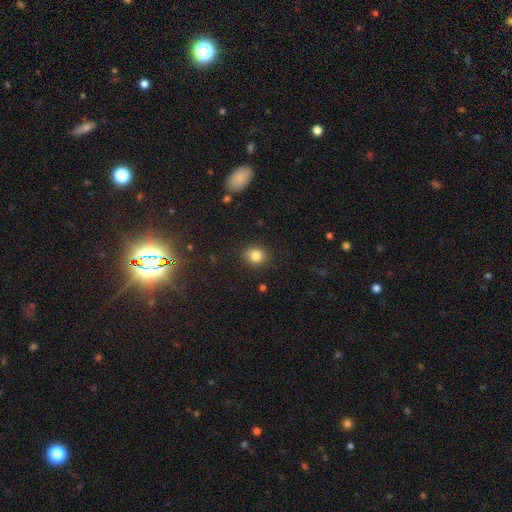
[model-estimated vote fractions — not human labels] smooth-or-featured: smooth: 84% | star or artifact: 11% | featured or disk: 5%
  how-rounded: round: 84% | in between: 15% | cigar-shaped: 1%
  merging: none: 89% | minor disturbance: 7% | major disturbance: 2% | merger: 1%